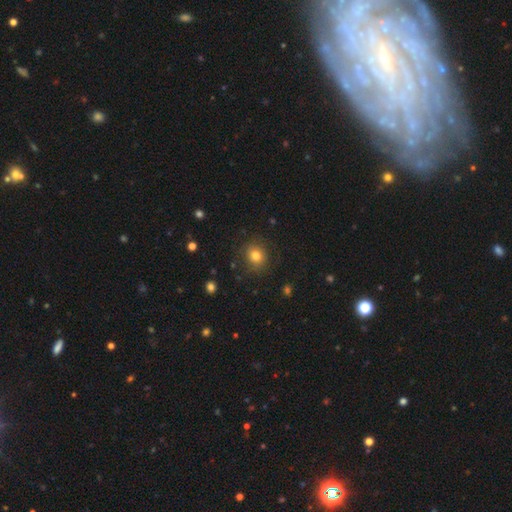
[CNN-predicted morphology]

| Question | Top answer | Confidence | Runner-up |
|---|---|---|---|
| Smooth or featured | smooth | 79% | star or artifact (13%) |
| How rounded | round | 84% | in between (15%) |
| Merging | none | 85% | minor disturbance (10%) |